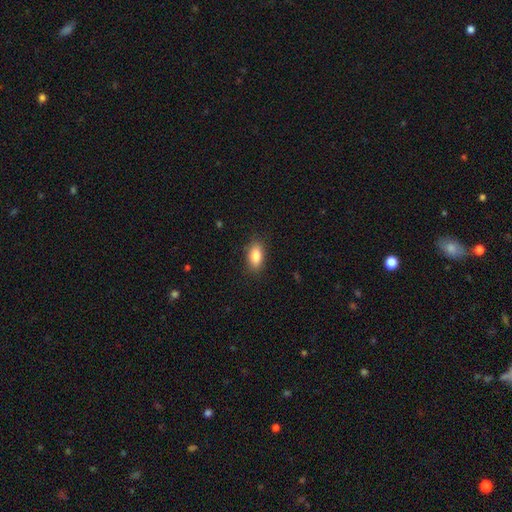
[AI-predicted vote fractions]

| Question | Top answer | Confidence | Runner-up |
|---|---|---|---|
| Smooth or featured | smooth | 85% | star or artifact (8%) |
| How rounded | in between | 88% | cigar-shaped (6%) |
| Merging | none | 86% | minor disturbance (11%) |